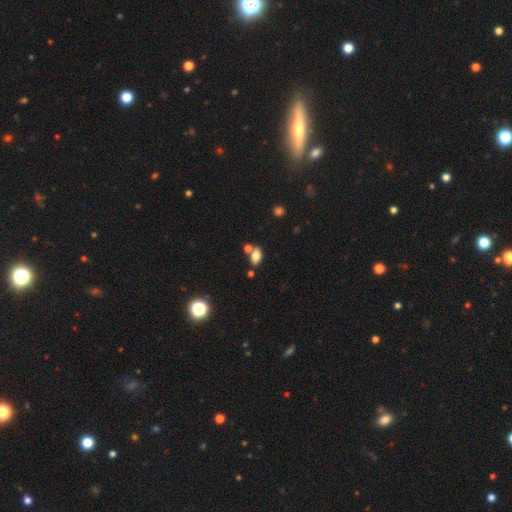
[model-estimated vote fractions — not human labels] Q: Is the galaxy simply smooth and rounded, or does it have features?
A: smooth — 78%.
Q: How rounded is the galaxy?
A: in between — 88%.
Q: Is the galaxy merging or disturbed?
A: none — 59%.